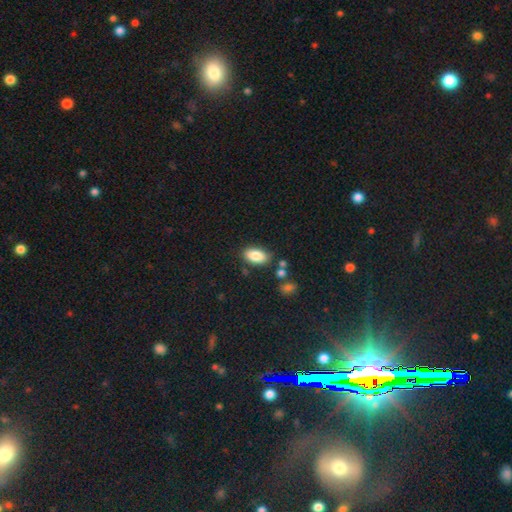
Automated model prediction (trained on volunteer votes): Morphology: type=smooth (86%); roundness=in between (93%); merging=none (80%).